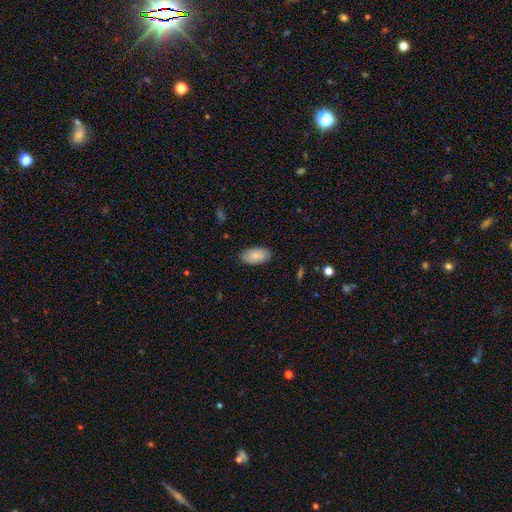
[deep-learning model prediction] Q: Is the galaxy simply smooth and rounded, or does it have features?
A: smooth — 87%.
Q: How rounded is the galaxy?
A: in between — 95%.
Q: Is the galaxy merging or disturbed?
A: none — 87%.